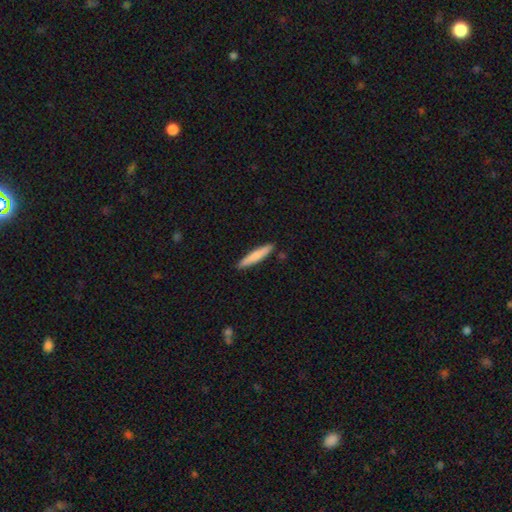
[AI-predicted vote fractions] Smooth or featured? Predicted: smooth (p=0.76). How rounded? Predicted: cigar-shaped (p=0.92). Merging? Predicted: none (p=0.89).